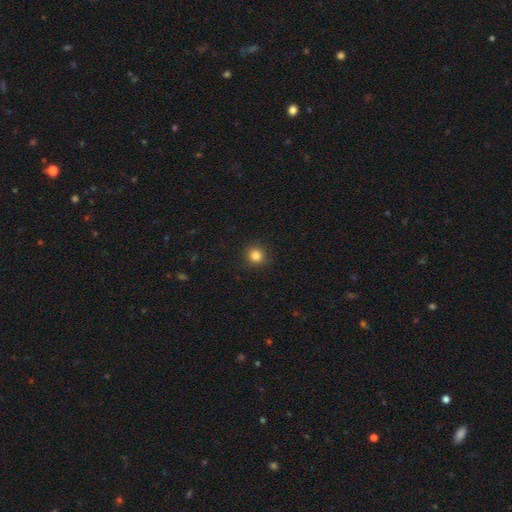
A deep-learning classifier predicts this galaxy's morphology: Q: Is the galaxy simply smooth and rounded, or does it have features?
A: smooth — 84%.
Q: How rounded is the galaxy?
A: round — 90%.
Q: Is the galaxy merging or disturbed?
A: none — 91%.